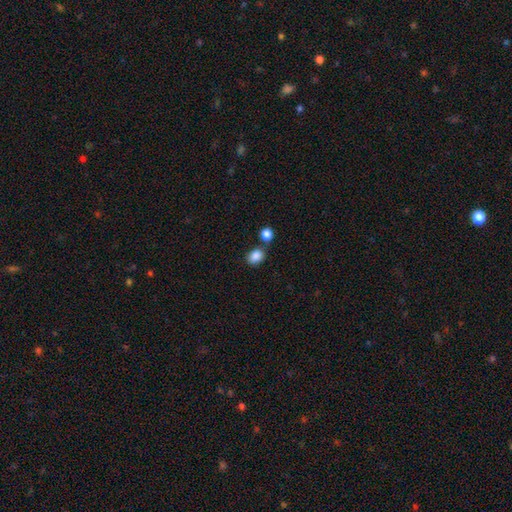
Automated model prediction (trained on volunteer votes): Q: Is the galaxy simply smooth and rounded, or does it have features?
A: smooth — 86%.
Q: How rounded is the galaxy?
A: in between — 63%.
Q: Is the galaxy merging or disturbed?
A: none — 67%.